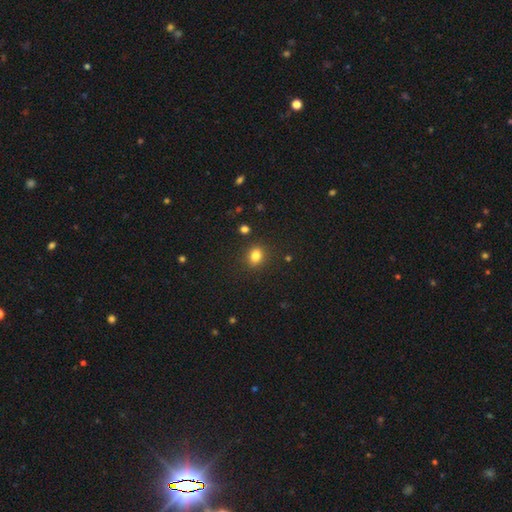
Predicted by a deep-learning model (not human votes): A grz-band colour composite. It shows a smooth galaxy with no disk features (82%) that is round (56%). Merging: none (87%).